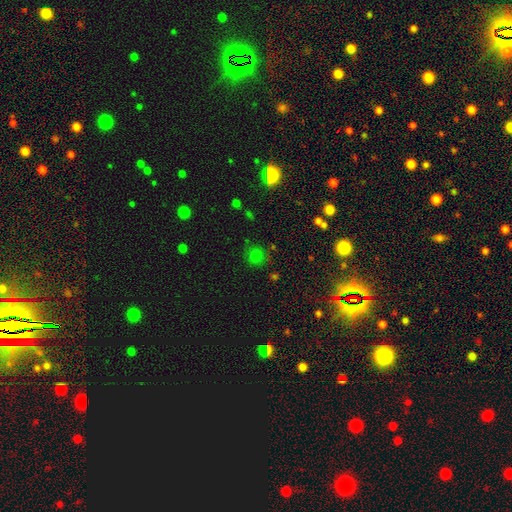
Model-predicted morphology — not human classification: Smooth or featured?
  - smooth: 67% *
  - star or artifact: 26%
  - featured or disk: 7%
How rounded?
  - round: 90% *
  - in between: 9%
  - cigar-shaped: 1%
Merging?
  - none: 82% *
  - minor disturbance: 11%
  - major disturbance: 4%
  - merger: 3%